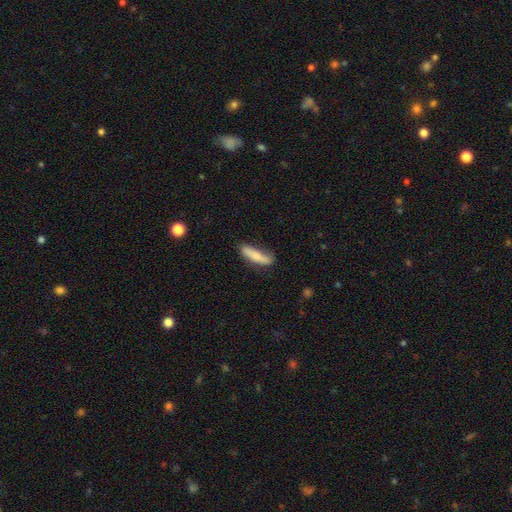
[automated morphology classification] Smooth or featured: smooth — 73% (featured or disk — 21%)
How rounded: cigar-shaped — 72% (in between — 26%)
Merging: none — 69% (minor disturbance — 23%)